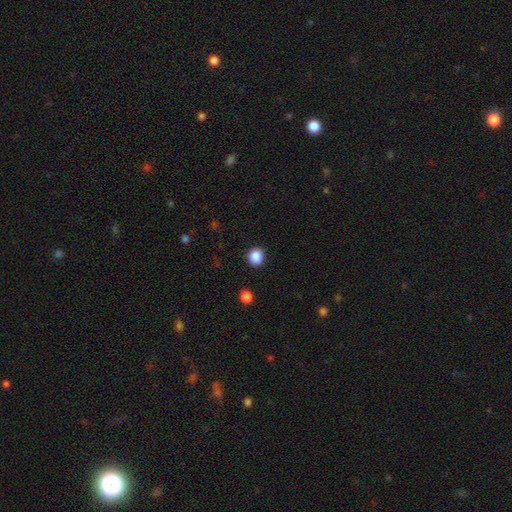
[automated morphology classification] A smooth galaxy with no disk features (87%) that is round (77%).

Vote fractions:
- Smooth or featured? smooth: 87% / star or artifact: 10% / featured or disk: 3%
- How rounded? round: 77% / in between: 22% / cigar-shaped: 1%
- Merging? none: 91% / minor disturbance: 6% / major disturbance: 2% / merger: 1%